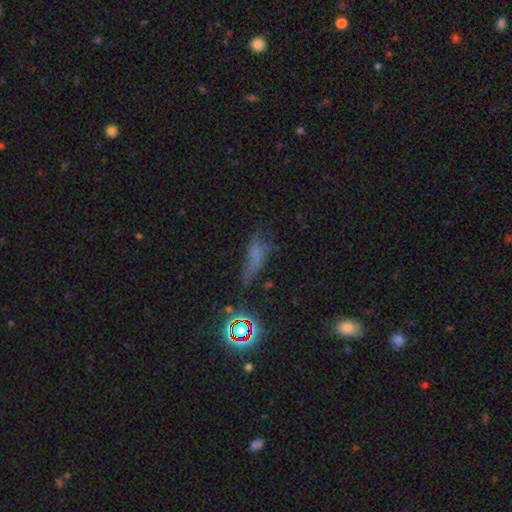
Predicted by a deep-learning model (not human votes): Smooth or featured?
  - smooth: 44% *
  - star or artifact: 30%
  - featured or disk: 26%
Merging?
  - none: 42% *
  - minor disturbance: 28%
  - major disturbance: 24%
  - merger: 6%